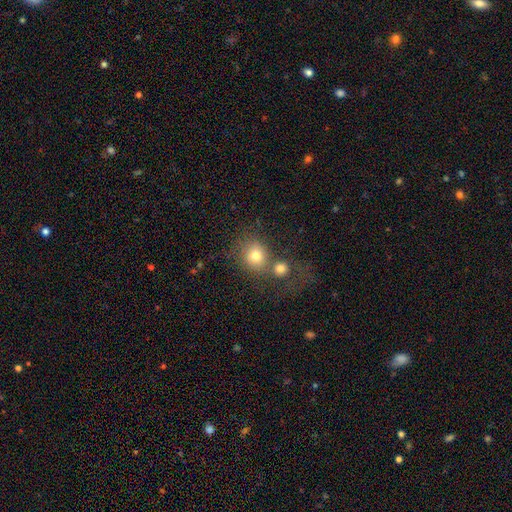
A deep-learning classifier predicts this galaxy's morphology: Overall: smooth (76%). How rounded: round (80%). Merging: none (45%; merger 37%).